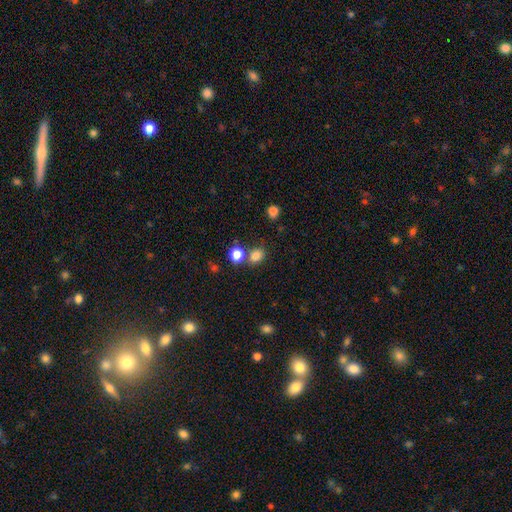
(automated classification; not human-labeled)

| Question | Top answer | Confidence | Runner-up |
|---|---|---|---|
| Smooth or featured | smooth | 81% | star or artifact (14%) |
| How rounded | in between | 52% | round (47%) |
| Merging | none | 67% | merger (18%) |